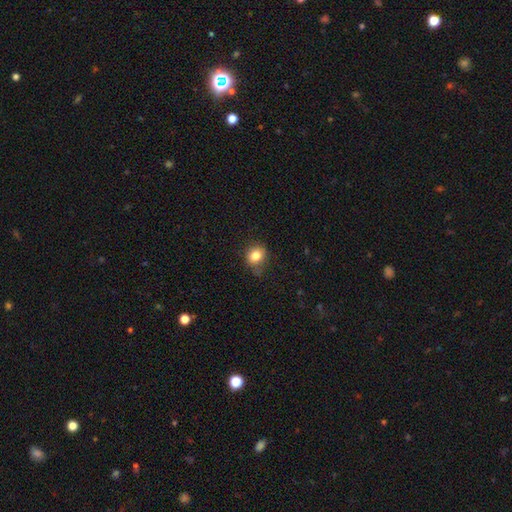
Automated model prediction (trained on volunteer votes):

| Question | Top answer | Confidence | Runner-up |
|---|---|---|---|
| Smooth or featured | smooth | 81% | star or artifact (11%) |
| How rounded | round | 68% | in between (31%) |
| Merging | none | 76% | minor disturbance (19%) |